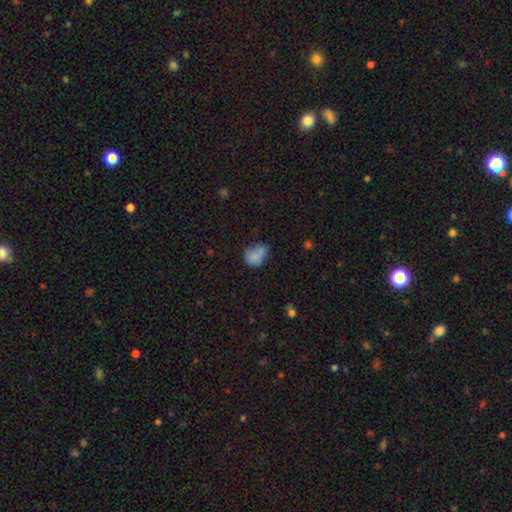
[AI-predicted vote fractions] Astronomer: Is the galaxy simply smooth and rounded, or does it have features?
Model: smooth — 77%.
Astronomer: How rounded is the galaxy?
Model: in between — 54% (runner-up: round, 45%).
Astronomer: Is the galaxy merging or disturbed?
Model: none — 39% (runner-up: minor disturbance, 35%).